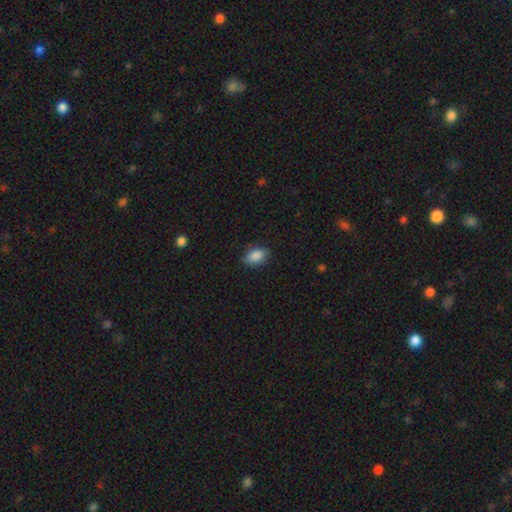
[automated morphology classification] Smooth or featured? Predicted: smooth (p=0.88). How rounded? Predicted: in between (p=0.87). Merging? Predicted: none (p=0.82).